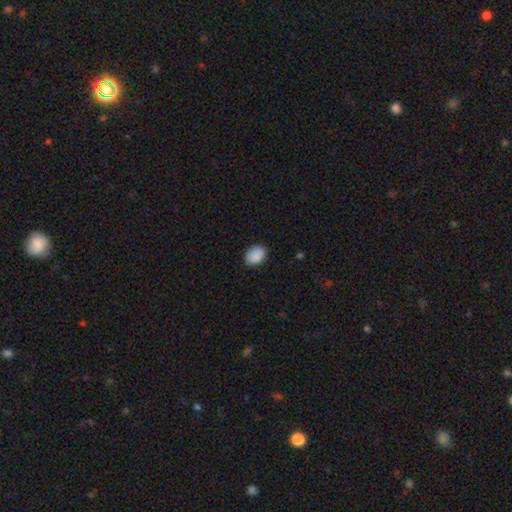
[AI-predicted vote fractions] smooth-or-featured: smooth: 90% | star or artifact: 7% | featured or disk: 3%
  how-rounded: in between: 76% | round: 23% | cigar-shaped: 1%
  merging: none: 87% | minor disturbance: 10% | major disturbance: 2% | merger: 1%